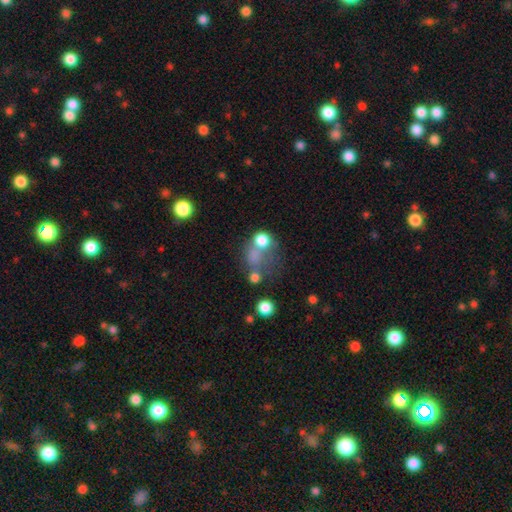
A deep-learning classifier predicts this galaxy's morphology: Smooth or featured? smooth (66%)
How rounded? round (69%)
Merging? merger (35%)